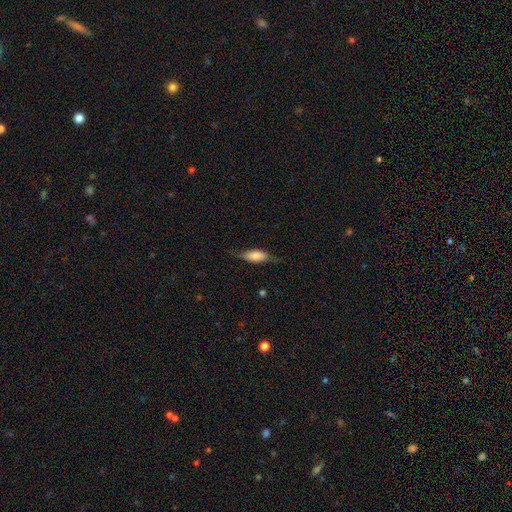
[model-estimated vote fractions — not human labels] This is likely a smooth galaxy (70%). How rounded: likely in between (73%). Merging: likely none (61%).